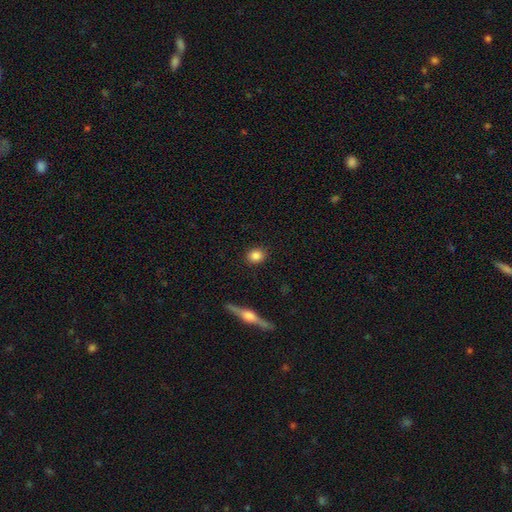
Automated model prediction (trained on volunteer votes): A smooth galaxy with no disk features (84%) that is round (72%). Merging: none (90%).